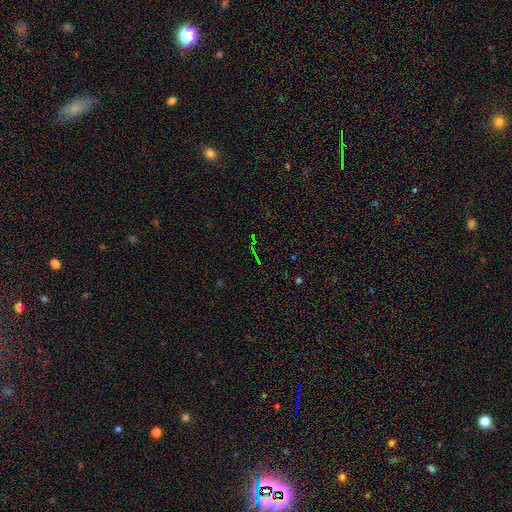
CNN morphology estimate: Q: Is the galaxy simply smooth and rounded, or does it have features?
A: star or artifact — 73%.